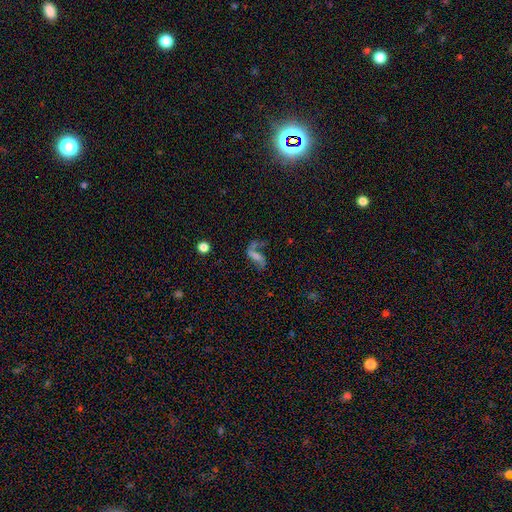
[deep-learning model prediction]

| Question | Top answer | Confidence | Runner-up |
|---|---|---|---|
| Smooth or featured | featured or disk | 53% | smooth (32%) |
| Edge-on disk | no | 91% | yes (9%) |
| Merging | none | 34% | major disturbance (26%) |